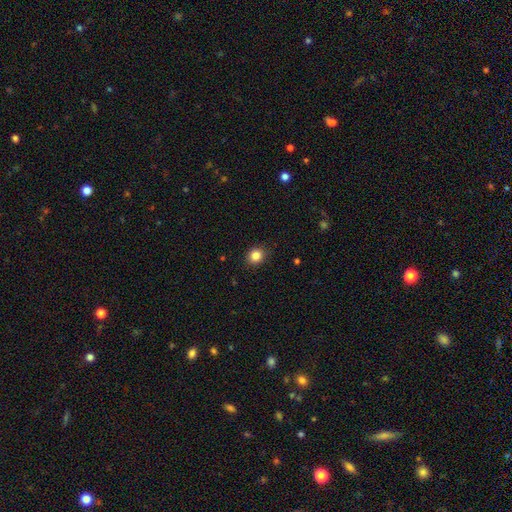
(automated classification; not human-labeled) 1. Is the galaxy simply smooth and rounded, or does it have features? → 85% smooth, 11% star or artifact, 5% featured or disk.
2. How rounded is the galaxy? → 75% round, 24% in between, 1% cigar-shaped.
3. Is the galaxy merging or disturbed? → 89% none, 8% minor disturbance, 2% major disturbance, 1% merger.